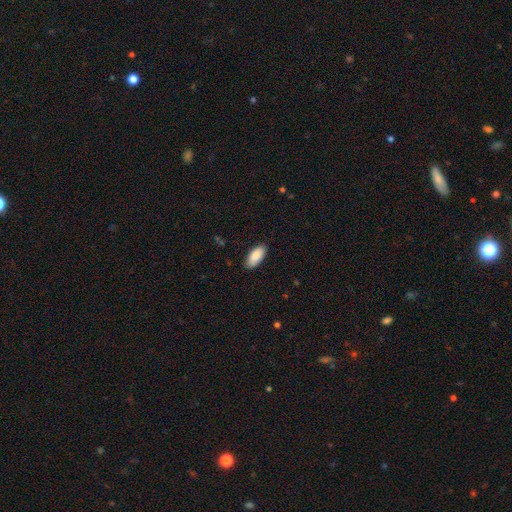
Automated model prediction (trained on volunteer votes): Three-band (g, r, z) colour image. It shows a smooth galaxy with no disk features (89%) that is in between round and cigar-shaped (90%). Merging: none (86%).